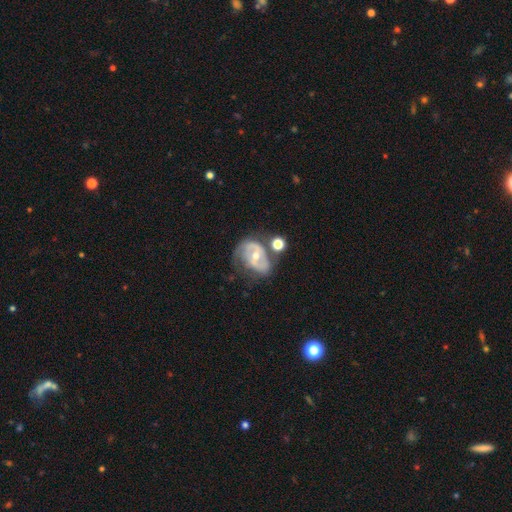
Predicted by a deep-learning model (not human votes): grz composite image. It shows a featured or disk galaxy (77%) with no bar (42%), 2 (69%) medium (43%) spiral arms (79%) and a moderate central bulge (59%). Merging: none (48%).